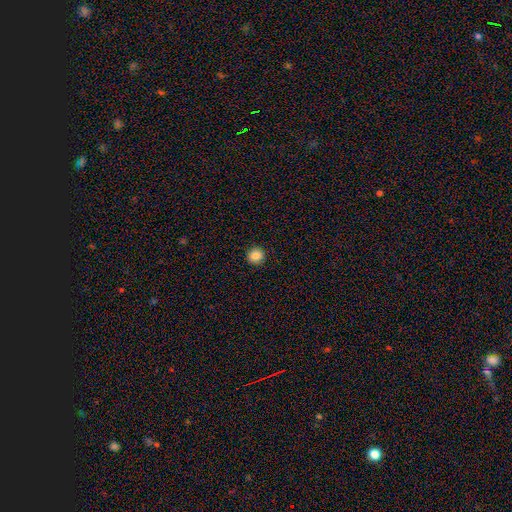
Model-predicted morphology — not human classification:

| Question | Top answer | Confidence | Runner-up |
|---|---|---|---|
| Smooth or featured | smooth | 86% | star or artifact (10%) |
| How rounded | round | 91% | in between (8%) |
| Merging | none | 92% | minor disturbance (5%) |